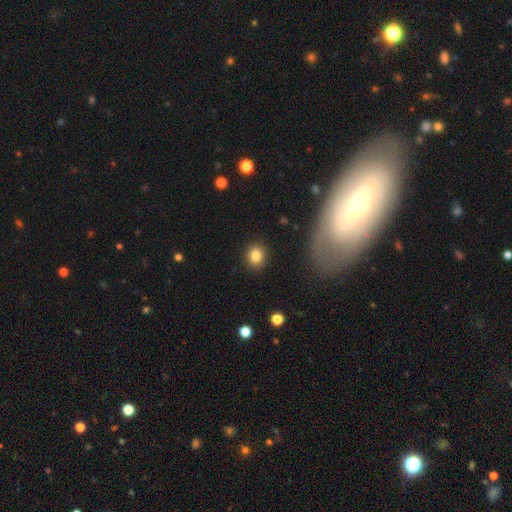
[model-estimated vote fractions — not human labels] Overall: smooth (83%). How rounded: round (70%). Merging: none (90%).